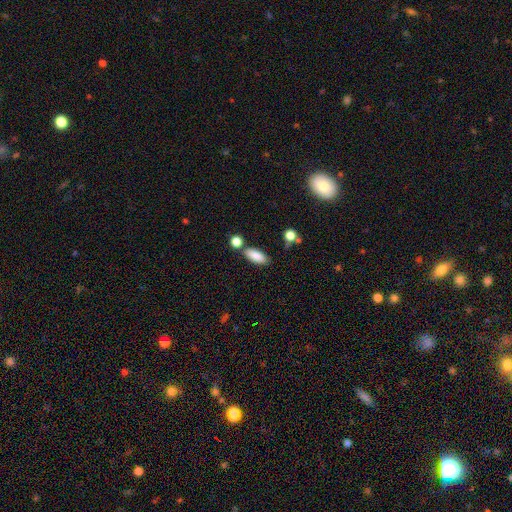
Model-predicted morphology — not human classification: type=smooth (85%); roundness=in between (76%); merging=none (72%).